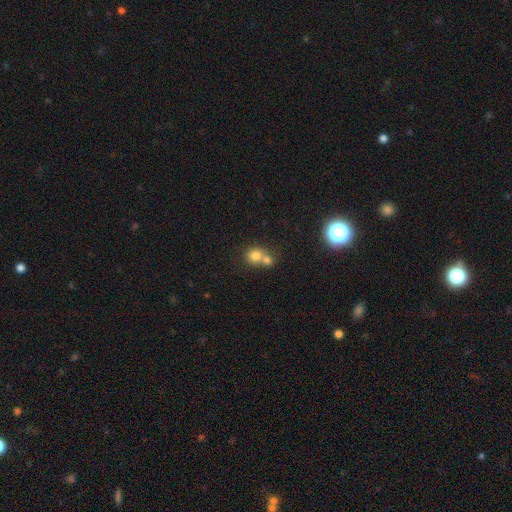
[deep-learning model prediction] This appears to be a smooth galaxy with no disk features (77%) that is round (80%). Merging: merger (56%).